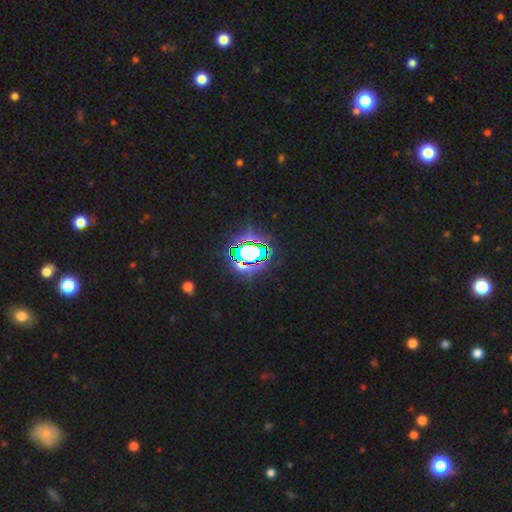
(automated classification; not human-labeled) Smooth or featured: star or artifact — 73% (smooth — 15%)